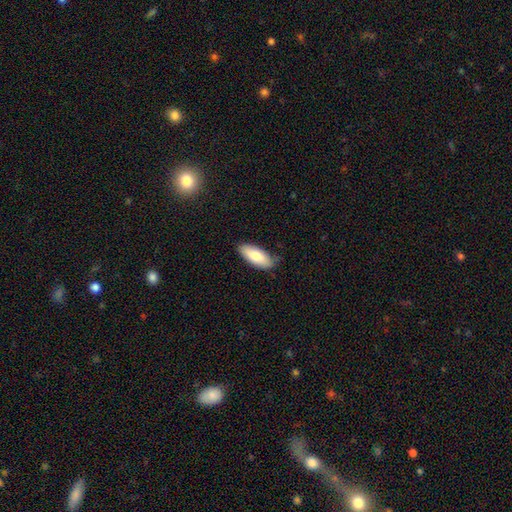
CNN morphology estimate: type=smooth (78%); roundness=in between (81%); merging=none (78%).